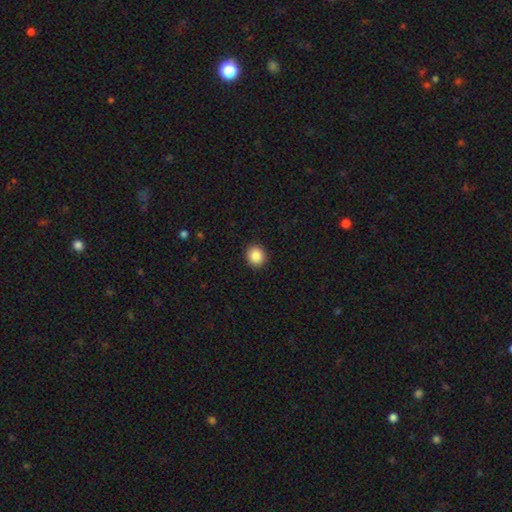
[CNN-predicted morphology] type=smooth (88%); roundness=round (87%); merging=none (92%).